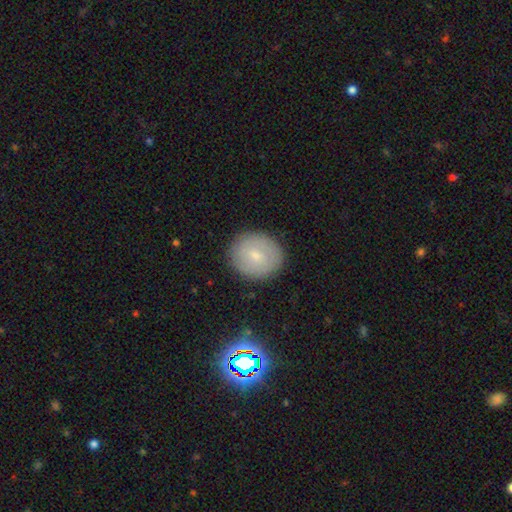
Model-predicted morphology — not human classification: This is likely a smooth galaxy (65%). How rounded: likely round (79%). Merging: clearly none (87%).